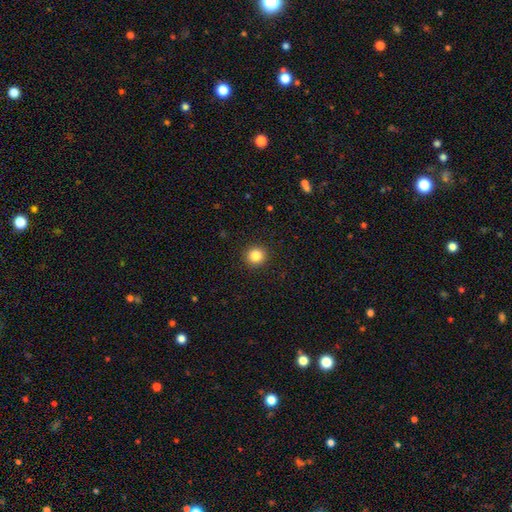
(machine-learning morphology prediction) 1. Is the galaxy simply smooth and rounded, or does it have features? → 84% smooth, 11% star or artifact, 5% featured or disk.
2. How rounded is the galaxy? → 94% round, 5% in between, 1% cigar-shaped.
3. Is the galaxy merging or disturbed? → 93% none, 5% minor disturbance, 2% major disturbance, 1% merger.